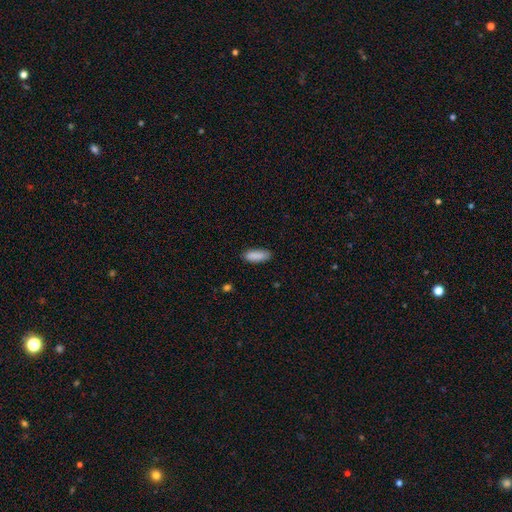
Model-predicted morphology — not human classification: Overall: smooth (88%). How rounded: in between (66%; cigar-shaped 32%). Merging: none (83%).